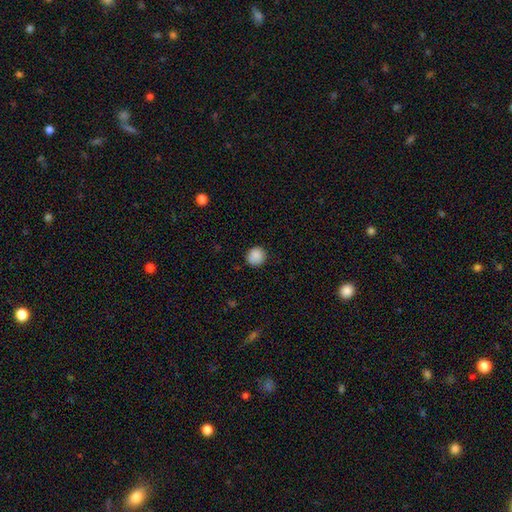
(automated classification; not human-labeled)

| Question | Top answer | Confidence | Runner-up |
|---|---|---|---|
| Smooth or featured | smooth | 88% | star or artifact (9%) |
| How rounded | round | 92% | in between (8%) |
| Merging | none | 86% | minor disturbance (11%) |